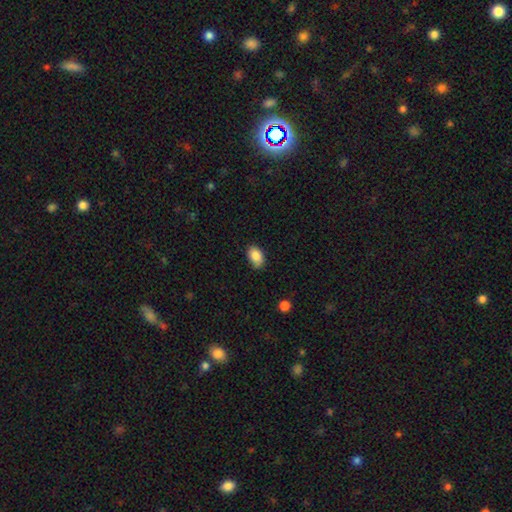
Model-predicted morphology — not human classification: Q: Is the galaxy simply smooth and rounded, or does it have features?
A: smooth — 85%.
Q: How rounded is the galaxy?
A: in between — 85%.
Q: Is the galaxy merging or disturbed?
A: none — 72%.